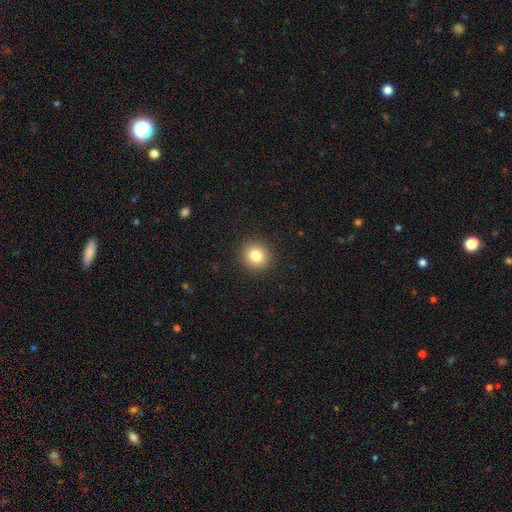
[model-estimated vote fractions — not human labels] Morphology: type=smooth (81%); roundness=round (93%); merging=none (92%).